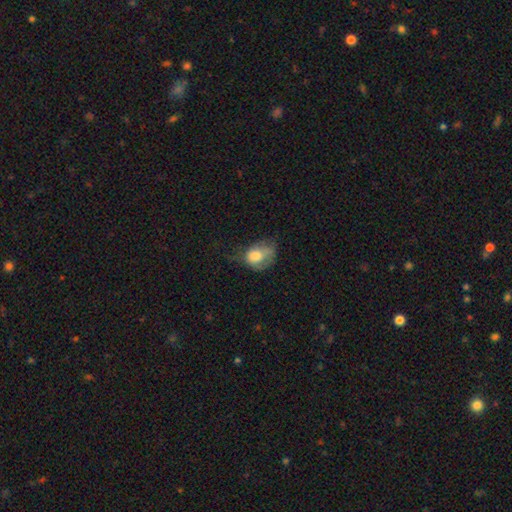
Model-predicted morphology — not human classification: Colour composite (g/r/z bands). It shows a smooth galaxy with no disk features (69%) that is in between round and cigar-shaped (62%). Merging: major disturbance (39%).